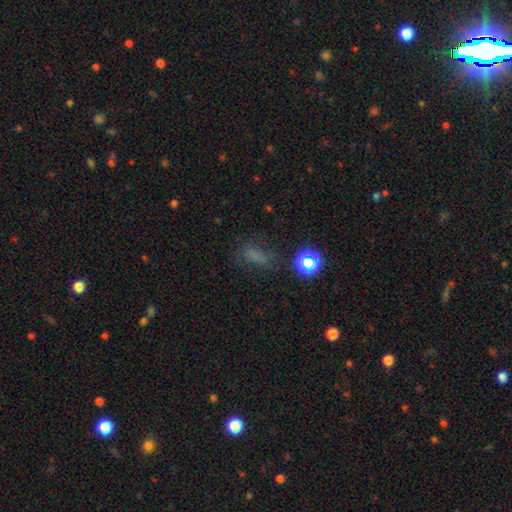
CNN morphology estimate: Smooth or featured? smooth (59%)
How rounded? in between (66%)
Merging? none (59%)